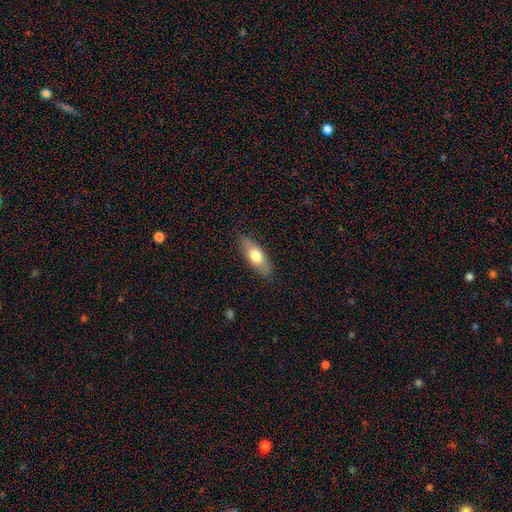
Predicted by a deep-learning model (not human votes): A smooth galaxy with no disk features (67%) that is in between round and cigar-shaped (69%).

Vote fractions:
- Smooth or featured? smooth: 67% / featured or disk: 27% / star or artifact: 6%
- How rounded? in between: 69% / cigar-shaped: 28% / round: 3%
- Merging? none: 84% / minor disturbance: 12% / major disturbance: 3% / merger: 1%